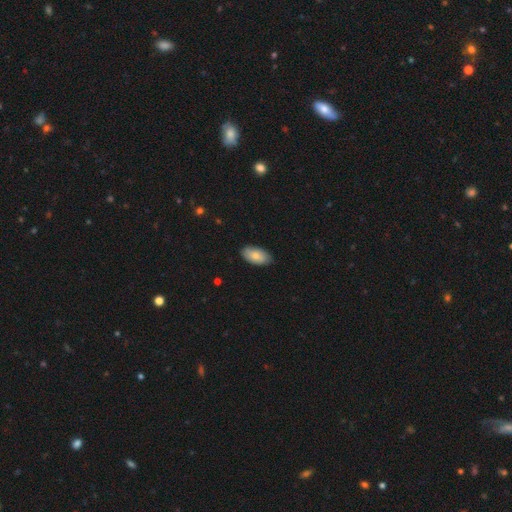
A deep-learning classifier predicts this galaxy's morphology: A smooth galaxy with no disk features (77%) that is in between round and cigar-shaped (94%).

Vote fractions:
- Smooth or featured? smooth: 77% / featured or disk: 17% / star or artifact: 6%
- How rounded? in between: 94% / round: 3% / cigar-shaped: 2%
- Merging? none: 83% / minor disturbance: 14% / major disturbance: 2% / merger: 1%